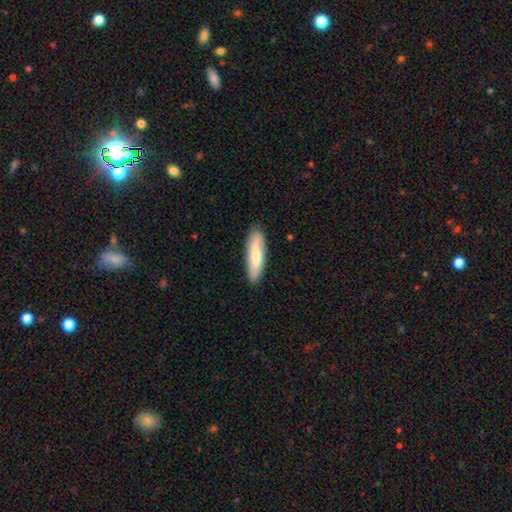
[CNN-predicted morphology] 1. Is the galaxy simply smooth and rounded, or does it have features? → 60% smooth, 34% featured or disk, 6% star or artifact.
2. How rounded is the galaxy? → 65% cigar-shaped, 33% in between, 2% round.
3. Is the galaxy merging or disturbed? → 87% none, 10% minor disturbance, 2% major disturbance, 1% merger.